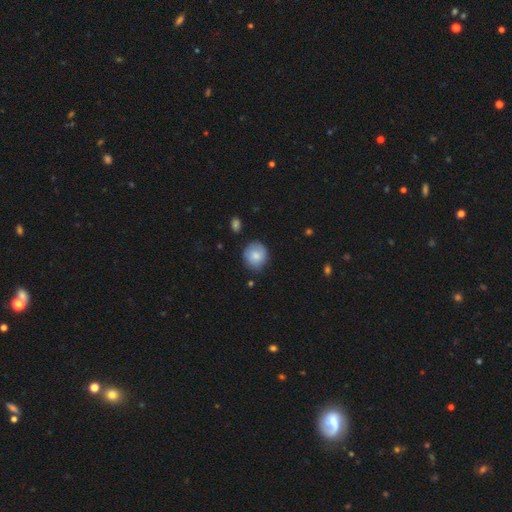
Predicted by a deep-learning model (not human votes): Smooth or featured? smooth (79%)
How rounded? round (84%)
Merging? none (77%)